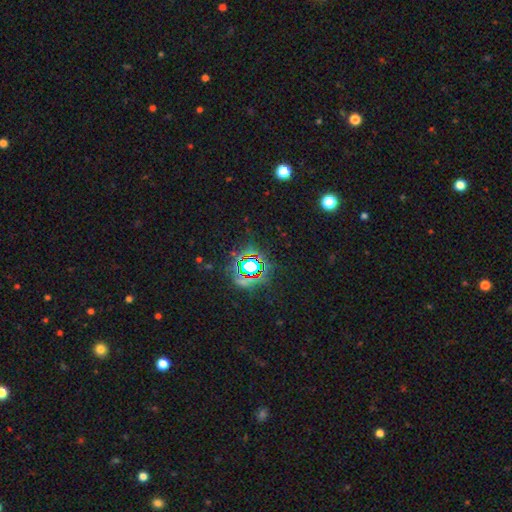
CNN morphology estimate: Smooth or featured? Predicted: star or artifact (p=0.74).